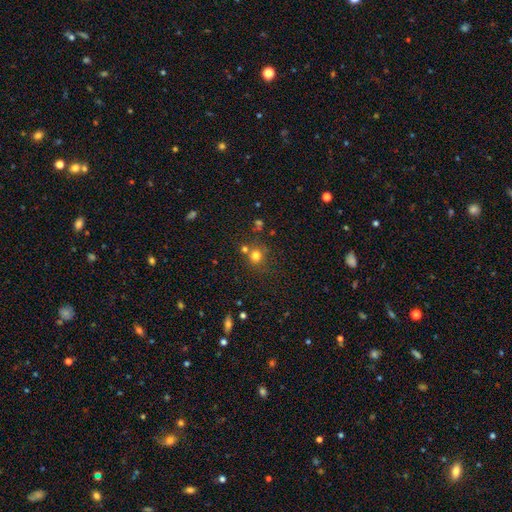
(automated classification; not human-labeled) Smooth or featured? Predicted: smooth (p=0.74). How rounded? Predicted: round (p=0.88). Merging? Predicted: none (p=0.65).